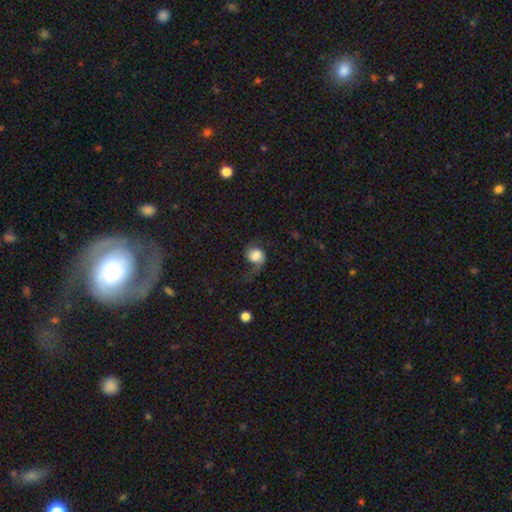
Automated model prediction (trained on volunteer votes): This appears to be a smooth galaxy with no disk features (46%). Merging: none (41%).